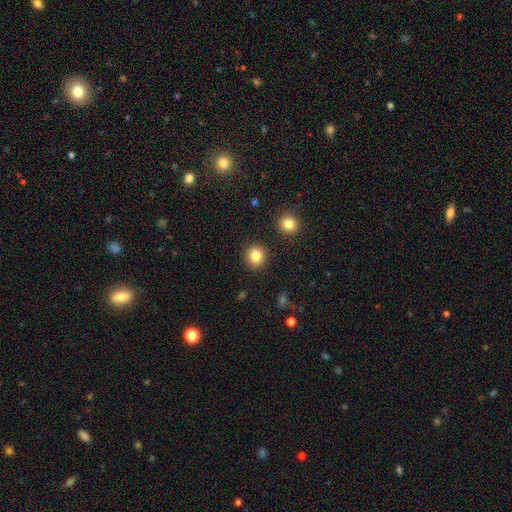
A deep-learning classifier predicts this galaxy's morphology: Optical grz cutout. It shows a smooth galaxy with no disk features (84%) that is round (88%). Merging: none (90%).